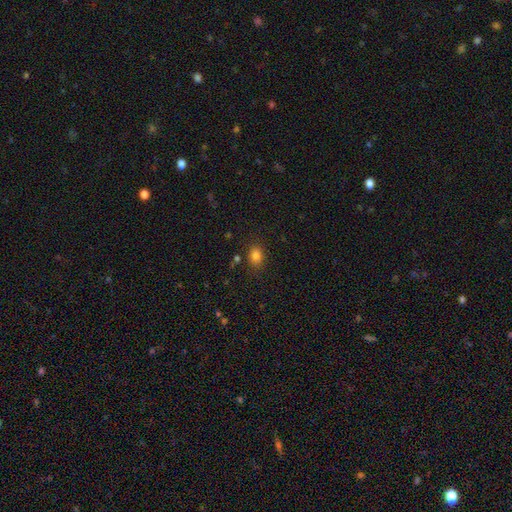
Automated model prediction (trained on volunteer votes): A smooth galaxy with no disk features (82%) that is in between round and cigar-shaped (66%). Merging: none (82%).